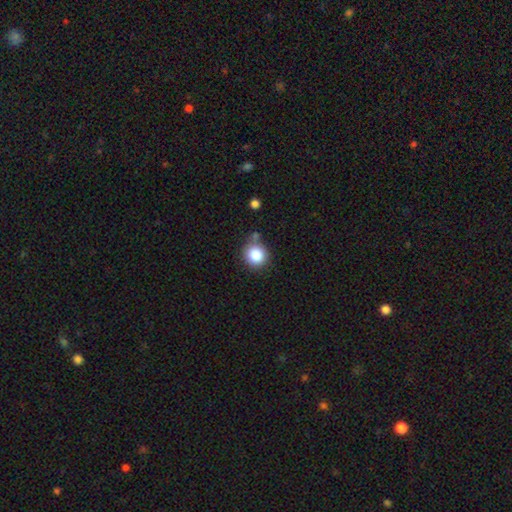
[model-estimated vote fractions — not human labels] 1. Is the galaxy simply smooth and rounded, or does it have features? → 84% smooth, 10% star or artifact, 6% featured or disk.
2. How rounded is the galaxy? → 90% round, 9% in between, 1% cigar-shaped.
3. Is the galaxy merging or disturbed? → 71% none, 15% minor disturbance, 10% merger, 4% major disturbance.